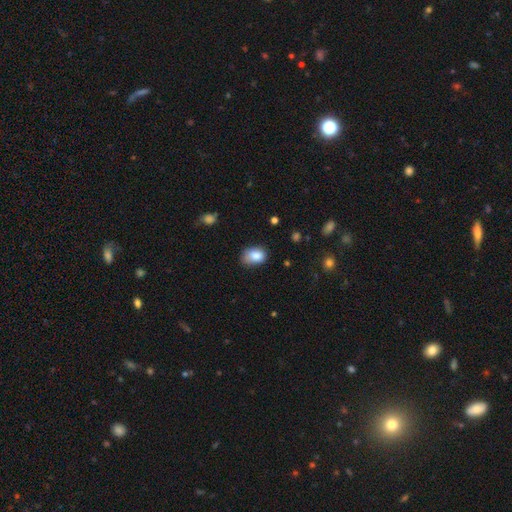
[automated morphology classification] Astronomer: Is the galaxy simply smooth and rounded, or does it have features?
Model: smooth — 83%.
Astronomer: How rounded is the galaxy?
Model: in between — 79%.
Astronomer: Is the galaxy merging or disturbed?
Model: none — 58%.